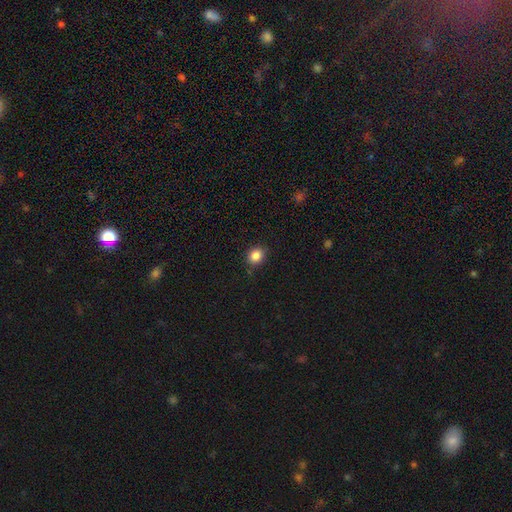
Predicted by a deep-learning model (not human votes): smooth 86%, star or artifact 10%, featured or disk 4%. Down the decision tree: how rounded — round (68%); merging — none (85%).